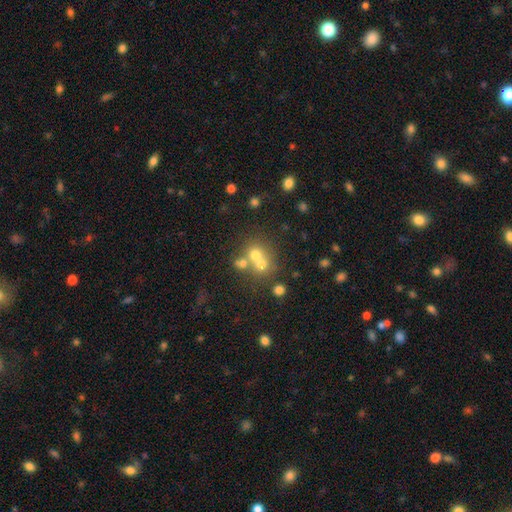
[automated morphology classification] Smooth or featured?
  - smooth: 60% *
  - featured or disk: 22%
  - star or artifact: 18%
How rounded?
  - round: 77% *
  - in between: 22%
  - cigar-shaped: 1%
Merging?
  - merger: 54% *
  - none: 35%
  - minor disturbance: 7%
  - major disturbance: 4%